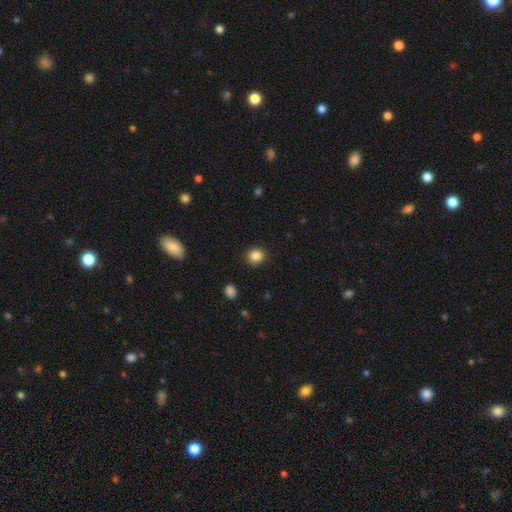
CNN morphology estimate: Smooth or featured: smooth — 86% (star or artifact — 10%)
How rounded: round — 85% (in between — 14%)
Merging: none — 90% (minor disturbance — 7%)